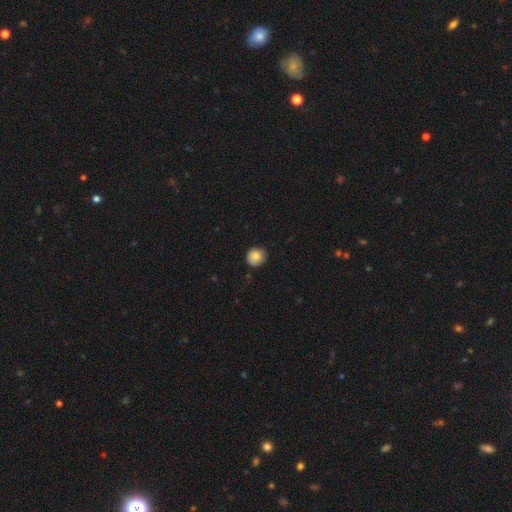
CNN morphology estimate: The model was most divided on "smooth or featured": smooth: 81%, featured or disk: 11%, star or artifact: 8%. More confident: how rounded — round (92%); merging — none (84%).